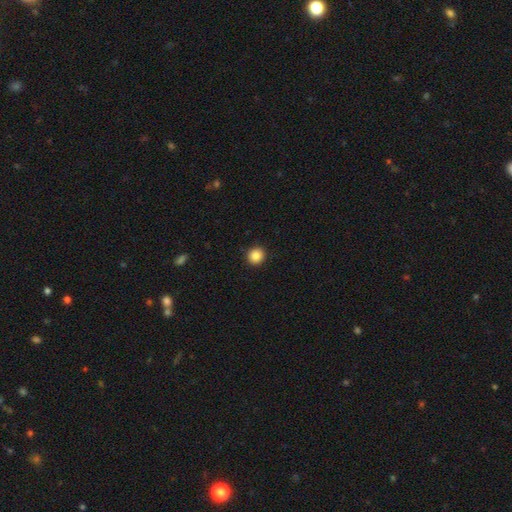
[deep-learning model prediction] A smooth galaxy with no disk features (86%) that is round (93%).

Vote fractions:
- Smooth or featured? smooth: 86% / star or artifact: 10% / featured or disk: 4%
- How rounded? round: 93% / in between: 6% / cigar-shaped: 1%
- Merging? none: 92% / minor disturbance: 5% / major disturbance: 2% / merger: 1%